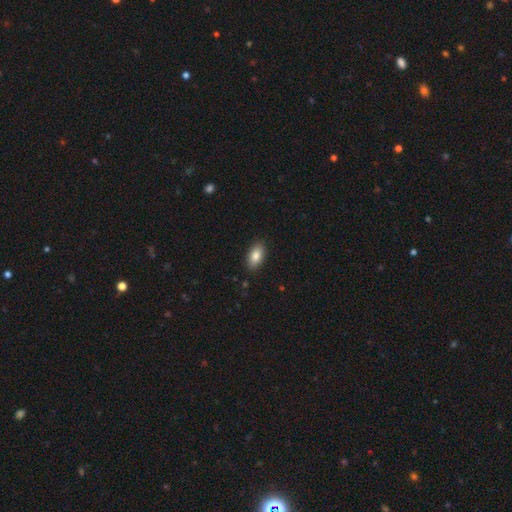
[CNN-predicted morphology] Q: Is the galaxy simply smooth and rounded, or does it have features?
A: smooth — 84%.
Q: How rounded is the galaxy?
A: in between — 92%.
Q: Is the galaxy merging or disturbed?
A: none — 88%.